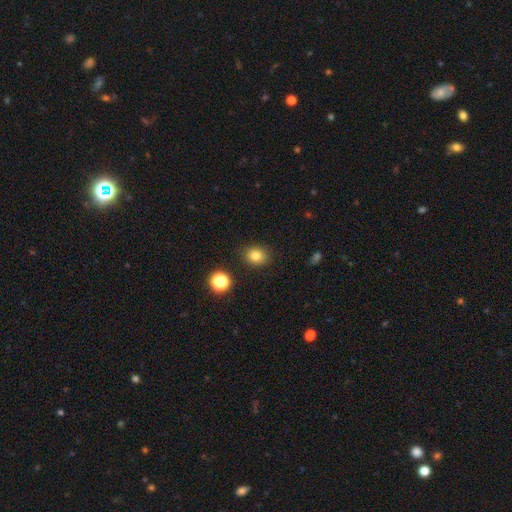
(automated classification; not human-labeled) A smooth galaxy with no disk features (80%) that is round (60%). Merging: none (87%).